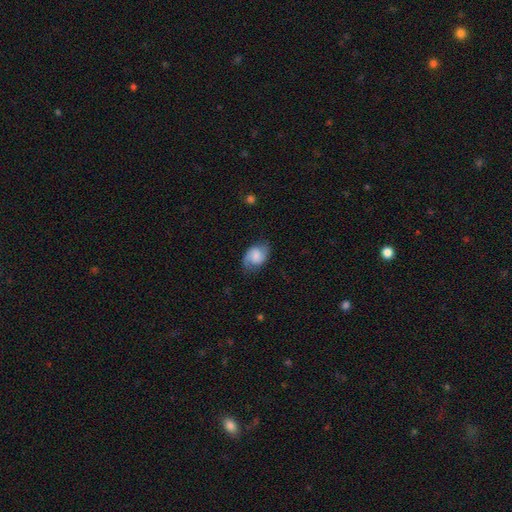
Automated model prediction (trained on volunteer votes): Smooth or featured? featured or disk (60%)
Edge-on disk? no (97%)
Bar? weak (47%)
Spiral arms? yes (93%)
Spiral winding? medium (47%)
Spiral arm count? 2 (89%)
Bulge size? small (28%, tied with moderate and none)
Merging? none (74%)